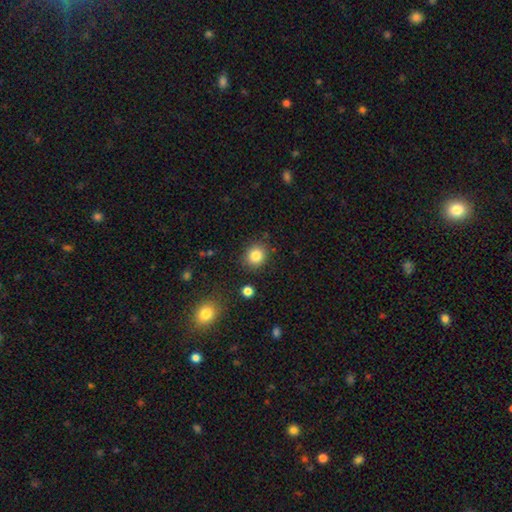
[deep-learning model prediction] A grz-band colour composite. It shows a smooth galaxy with no disk features (84%) that is round (79%). Merging: none (86%).